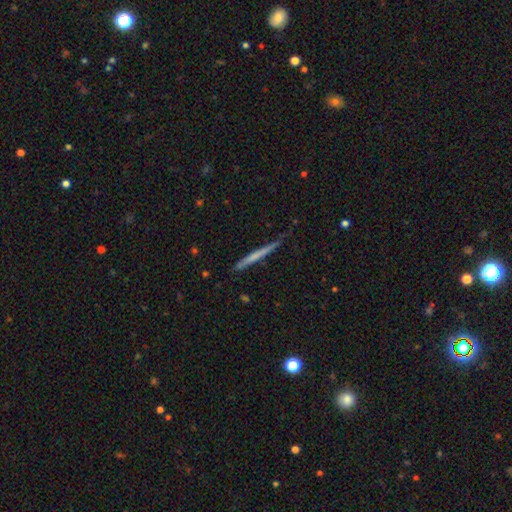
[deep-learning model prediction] This is possibly a smooth galaxy (51%). How rounded: clearly cigar-shaped (97%). Merging: clearly none (81%).